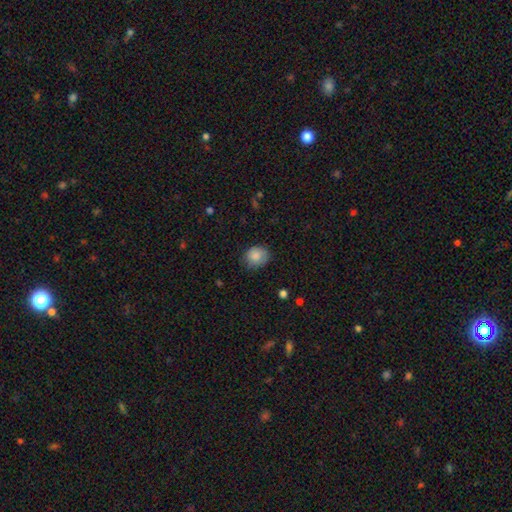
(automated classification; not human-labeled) Overall: smooth (84%). How rounded: round (68%; in between 31%). Merging: none (74%).